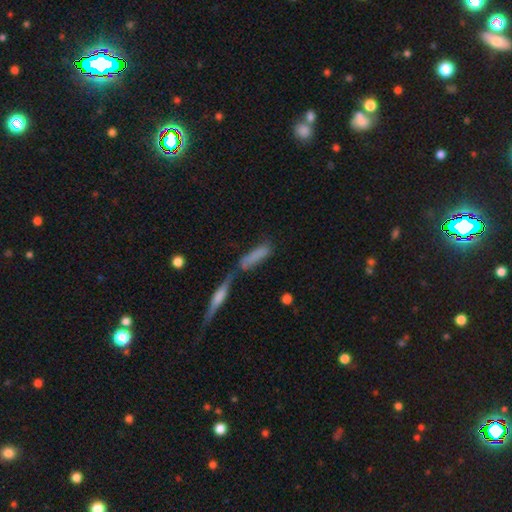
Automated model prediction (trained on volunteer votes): smooth 68%, featured or disk 22%, star or artifact 10%. Down the decision tree: how rounded — cigar-shaped (69%); merging — merger (43%).